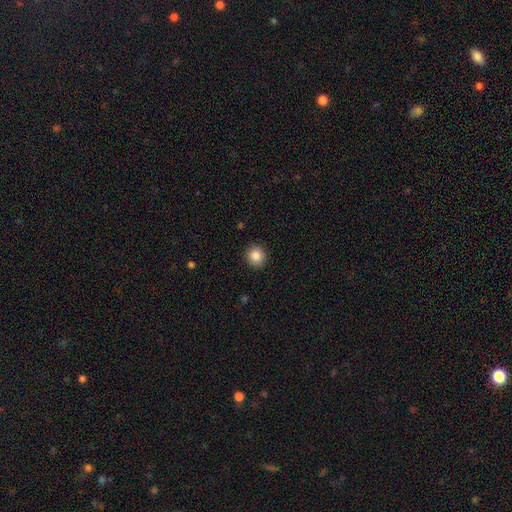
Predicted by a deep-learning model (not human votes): A smooth galaxy with no disk features (87%) that is round (92%).

Vote fractions:
- Smooth or featured? smooth: 87% / star or artifact: 9% / featured or disk: 4%
- How rounded? round: 92% / in between: 7% / cigar-shaped: 1%
- Merging? none: 91% / minor disturbance: 6% / major disturbance: 2% / merger: 1%